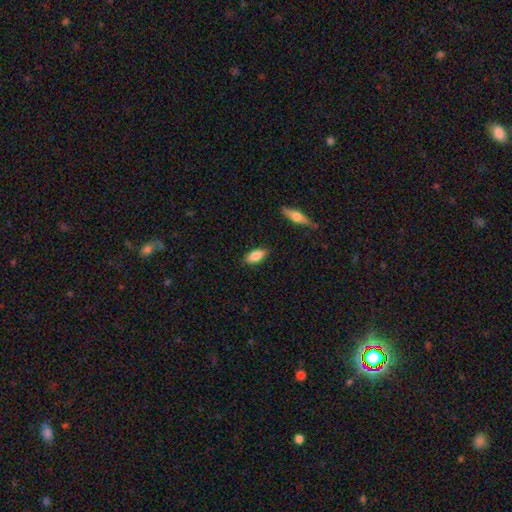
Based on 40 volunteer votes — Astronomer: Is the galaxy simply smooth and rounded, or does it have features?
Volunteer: smooth — 82%.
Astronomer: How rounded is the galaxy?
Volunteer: in between — 82%.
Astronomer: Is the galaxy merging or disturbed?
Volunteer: none — 71%.